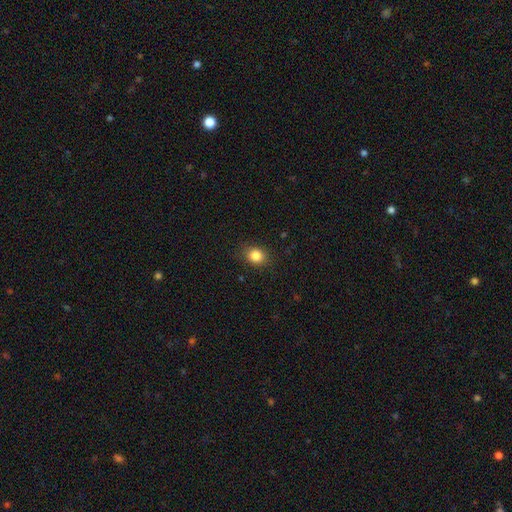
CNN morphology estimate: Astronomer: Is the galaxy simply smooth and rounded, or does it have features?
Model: smooth — 84%.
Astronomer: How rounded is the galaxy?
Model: round — 61% (runner-up: in between, 38%).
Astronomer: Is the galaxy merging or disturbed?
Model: none — 86%.